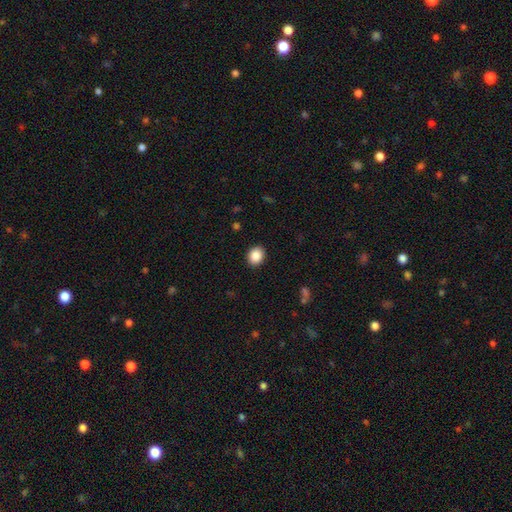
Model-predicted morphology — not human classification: Overall: smooth (87%). How rounded: round (59%; in between 40%). Merging: none (91%).